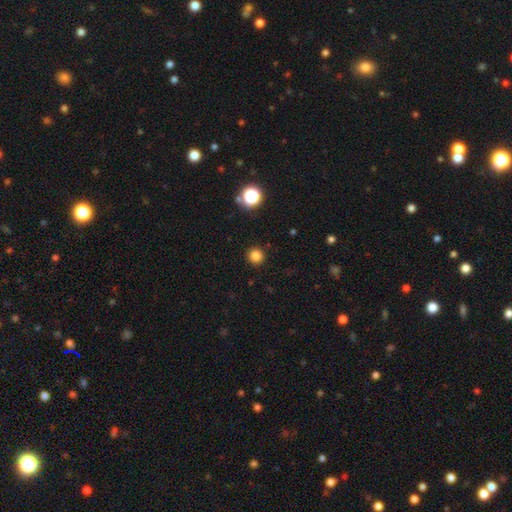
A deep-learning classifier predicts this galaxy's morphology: smooth_or_featured: smooth (p=0.82) [alt: star or artifact p=0.14]
how_rounded: round (p=0.95) [alt: in between p=0.04]
merging: none (p=0.92) [alt: minor disturbance p=0.05]